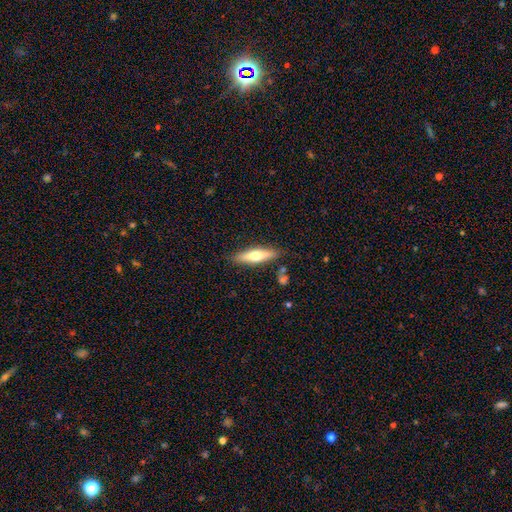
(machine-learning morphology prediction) This appears to be a smooth galaxy with no disk features (55%) that is cigar-shaped (71%). Merging: none (84%).